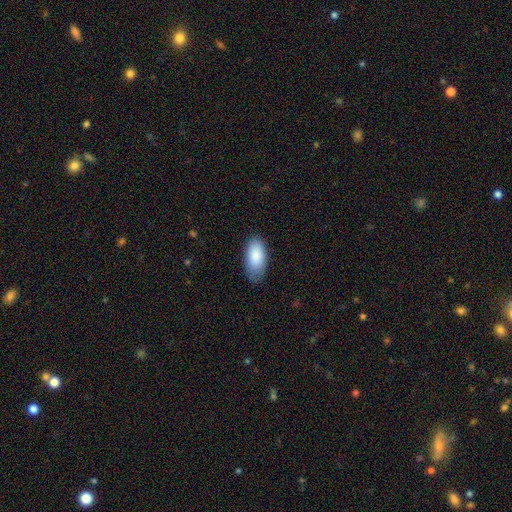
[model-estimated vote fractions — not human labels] smooth 87%, featured or disk 7%, star or artifact 6%. Down the decision tree: how rounded — in between (94%); merging — none (75%).